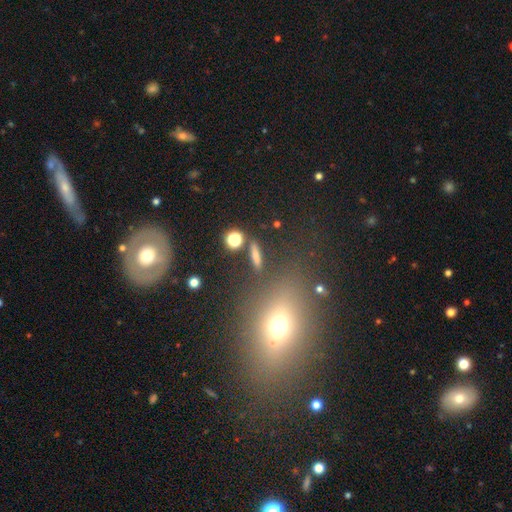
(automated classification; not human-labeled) Smooth or featured? Predicted: smooth (p=0.69). How rounded? Predicted: cigar-shaped (p=0.66). Merging? Predicted: none (p=0.83).